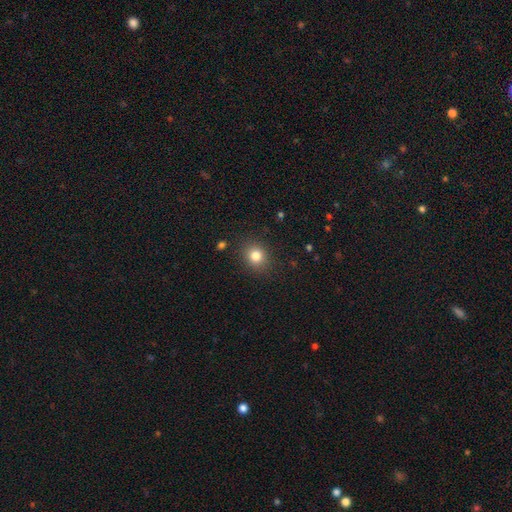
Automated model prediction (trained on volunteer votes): This is clearly a smooth galaxy (81%). How rounded: likely round (75%). Merging: clearly none (88%).